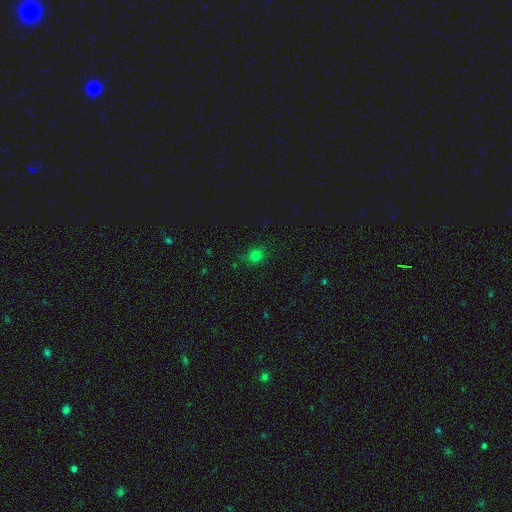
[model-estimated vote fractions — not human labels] smooth-or-featured: smooth: 75% | star or artifact: 19% | featured or disk: 6%
  how-rounded: round: 82% | in between: 17% | cigar-shaped: 1%
  merging: none: 82% | minor disturbance: 13% | major disturbance: 4% | merger: 2%